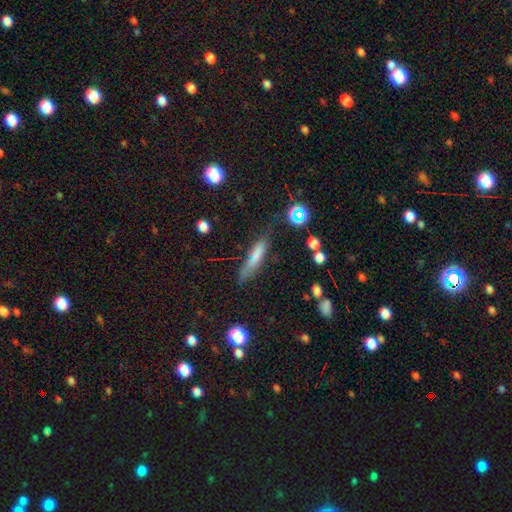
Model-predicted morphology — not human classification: Smooth or featured? Predicted: smooth (p=0.67). How rounded? Predicted: cigar-shaped (p=0.83). Merging? Predicted: none (p=0.69).